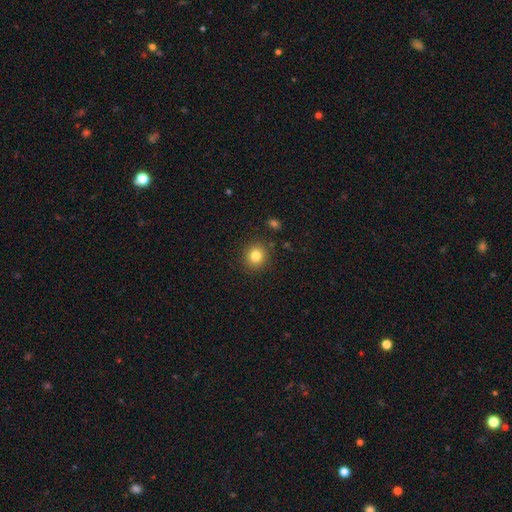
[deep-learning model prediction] Q: Smooth or featured?
A: smooth (82%); runner-up: star or artifact (11%)
Q: How rounded?
A: round (88%); runner-up: in between (11%)
Q: Merging?
A: none (88%); runner-up: minor disturbance (7%)